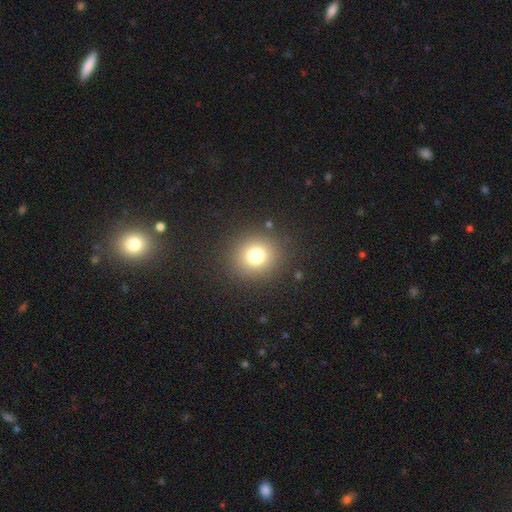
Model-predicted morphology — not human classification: smooth_or_featured: smooth (p=0.75) [alt: star or artifact p=0.16]
how_rounded: round (p=0.87) [alt: in between p=0.12]
merging: none (p=0.88) [alt: minor disturbance p=0.07]